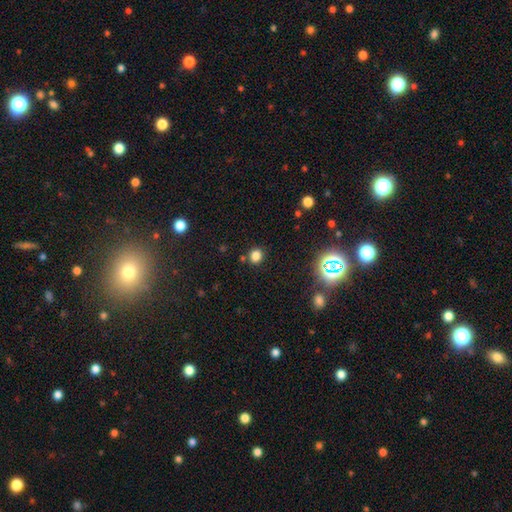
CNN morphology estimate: A smooth galaxy with no disk features (79%) that is round (74%).

Vote fractions:
- Smooth or featured? smooth: 79% / star or artifact: 17% / featured or disk: 5%
- How rounded? round: 74% / in between: 25% / cigar-shaped: 1%
- Merging? none: 83% / minor disturbance: 9% / merger: 5% / major disturbance: 3%